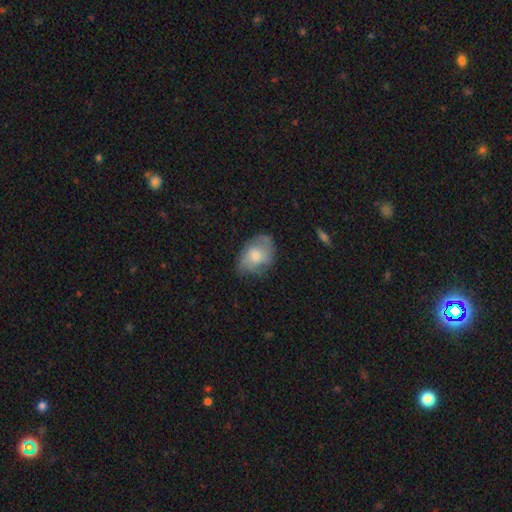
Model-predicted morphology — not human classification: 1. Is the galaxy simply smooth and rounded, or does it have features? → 59% smooth, 33% featured or disk, 7% star or artifact.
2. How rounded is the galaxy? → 75% in between, 24% round, 1% cigar-shaped.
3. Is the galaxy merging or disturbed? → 60% none, 28% minor disturbance, 10% major disturbance, 2% merger.